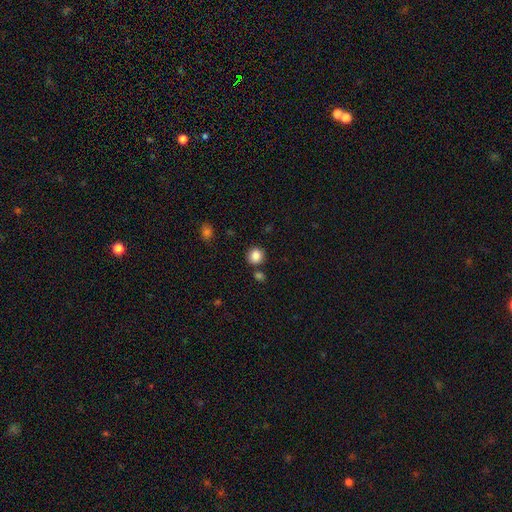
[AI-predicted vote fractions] A smooth galaxy with no disk features (86%) that is round (88%). Merging: none (80%).